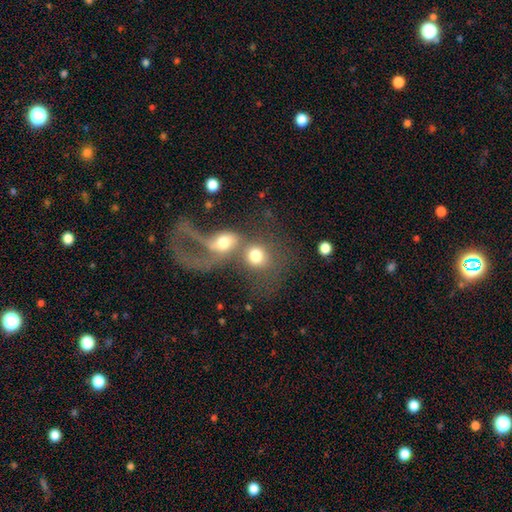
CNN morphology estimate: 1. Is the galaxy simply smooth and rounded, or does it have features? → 64% smooth, 24% featured or disk, 11% star or artifact.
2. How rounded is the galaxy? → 69% round, 29% in between, 2% cigar-shaped.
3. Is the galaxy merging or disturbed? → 67% merger, 14% none, 13% major disturbance, 5% minor disturbance.